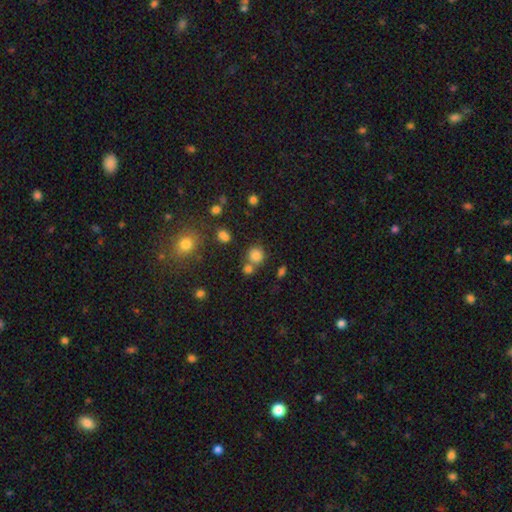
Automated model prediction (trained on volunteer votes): A smooth galaxy with no disk features (79%) that is round (86%).

Vote fractions:
- Smooth or featured? smooth: 79% / star or artifact: 15% / featured or disk: 7%
- How rounded? round: 86% / in between: 13% / cigar-shaped: 1%
- Merging? none: 62% / merger: 25% / minor disturbance: 9% / major disturbance: 4%